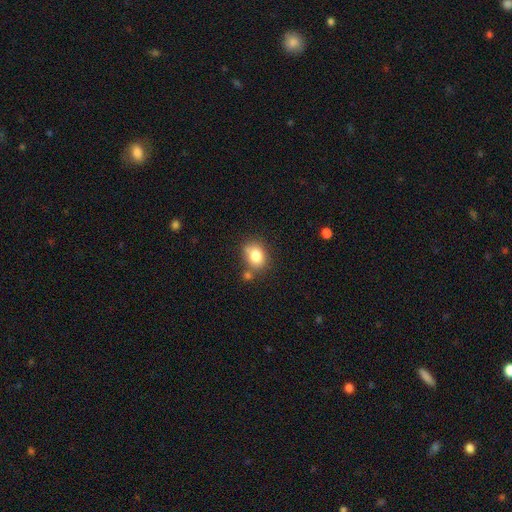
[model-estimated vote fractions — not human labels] Morphology: type=smooth (82%); roundness=in between (53%); merging=none (59%).